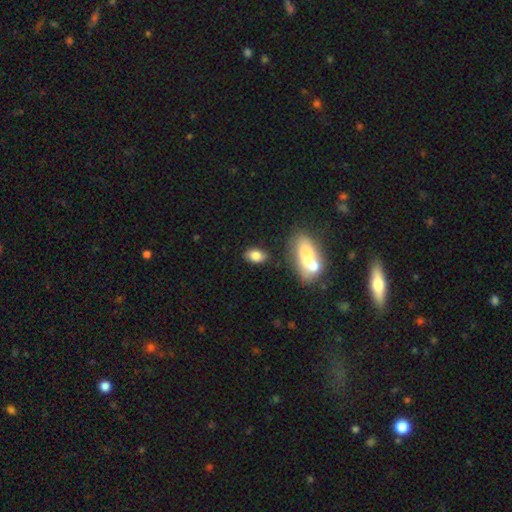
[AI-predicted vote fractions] Q: Smooth or featured?
A: smooth (80%); runner-up: featured or disk (11%)
Q: How rounded?
A: in between (86%); runner-up: round (11%)
Q: Merging?
A: none (79%); runner-up: minor disturbance (12%)